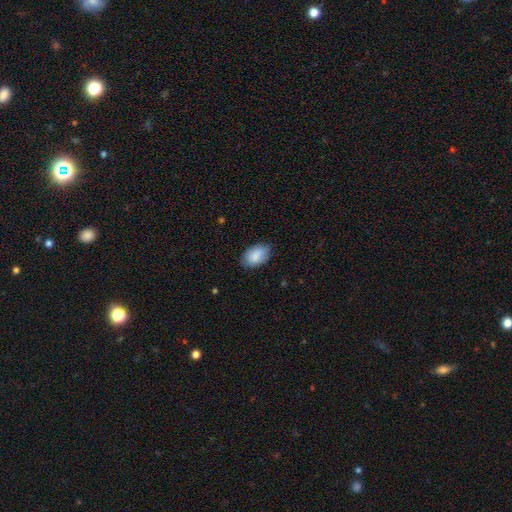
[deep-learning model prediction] The model was most divided on "merging": none: 75%, minor disturbance: 20%, major disturbance: 4%, merger: 1%. More confident: how rounded — in between (90%); smooth or featured — smooth (85%).